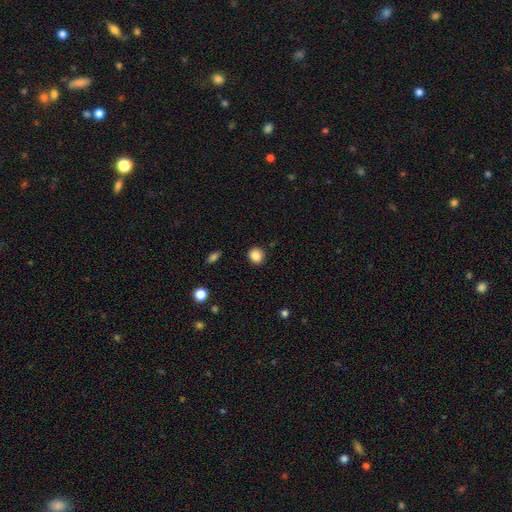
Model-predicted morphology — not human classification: Smooth or featured: smooth — 86% (star or artifact — 10%)
How rounded: round — 85% (in between — 14%)
Merging: none — 91% (minor disturbance — 6%)